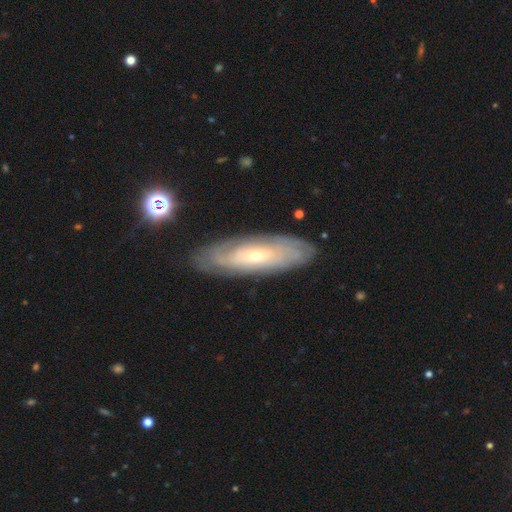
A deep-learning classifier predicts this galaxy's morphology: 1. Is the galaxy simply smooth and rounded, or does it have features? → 72% featured or disk, 21% smooth, 7% star or artifact.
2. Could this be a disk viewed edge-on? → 80% no, 20% yes.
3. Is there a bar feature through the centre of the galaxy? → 72% no, 22% weak, 6% strong.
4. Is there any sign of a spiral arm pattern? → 83% yes, 17% no.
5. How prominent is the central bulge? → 68% small, 28% moderate, 2% large, 1% none, 1% dominant.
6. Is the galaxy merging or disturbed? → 82% none, 13% minor disturbance, 4% major disturbance, 1% merger.